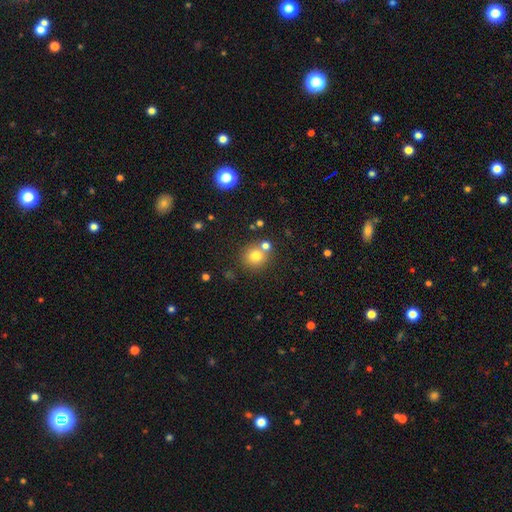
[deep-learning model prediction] Smooth or featured? smooth (76%)
How rounded? round (89%)
Merging? none (65%)